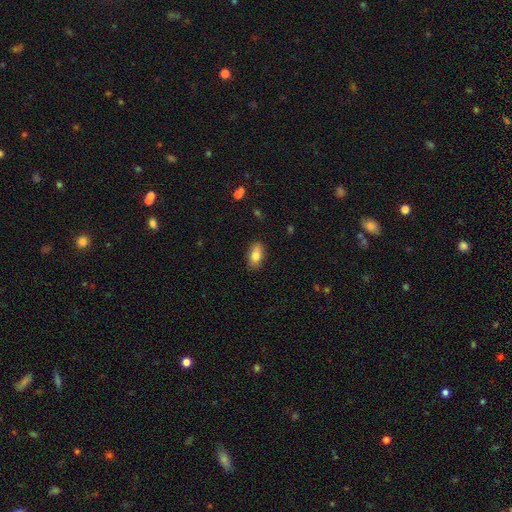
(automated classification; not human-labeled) This appears to be a smooth galaxy with no disk features (76%) that is in between round and cigar-shaped (87%). Merging: none (80%).